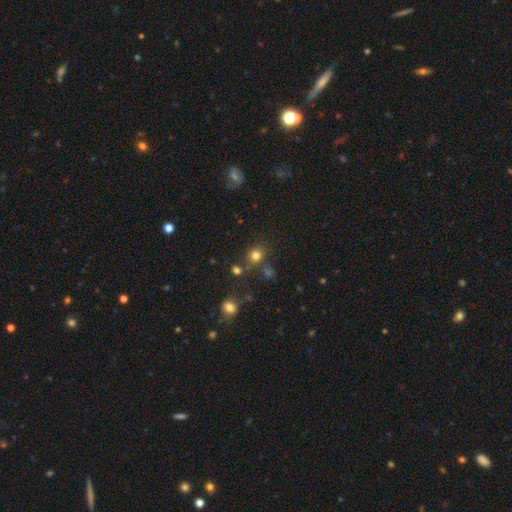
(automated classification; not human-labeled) smooth 77%, star or artifact 16%, featured or disk 6%. Down the decision tree: how rounded — round (80%); merging — none (75%).